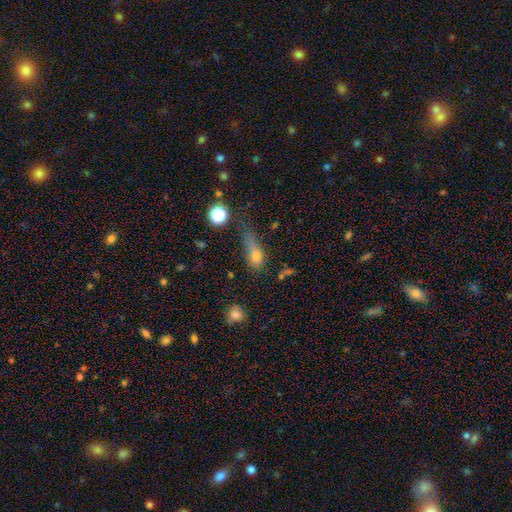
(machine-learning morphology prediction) Q: Smooth or featured?
A: smooth (68%); runner-up: star or artifact (16%)
Q: How rounded?
A: in between (56%); runner-up: round (22%)
Q: Merging?
A: none (31%); runner-up: minor disturbance (30%)